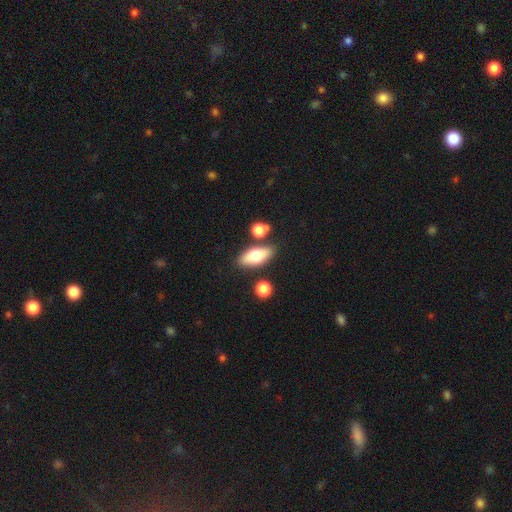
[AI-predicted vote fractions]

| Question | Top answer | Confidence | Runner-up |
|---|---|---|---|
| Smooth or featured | smooth | 70% | featured or disk (22%) |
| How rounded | in between | 77% | cigar-shaped (18%) |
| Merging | none | 77% | minor disturbance (11%) |